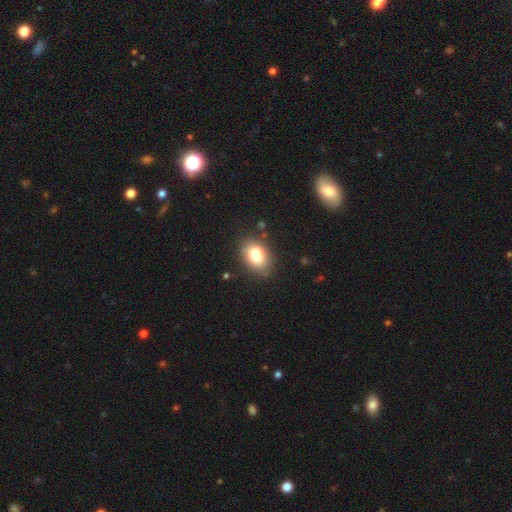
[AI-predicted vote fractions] Q: Smooth or featured?
A: smooth (78%); runner-up: featured or disk (12%)
Q: How rounded?
A: in between (80%); runner-up: round (19%)
Q: Merging?
A: none (78%); runner-up: minor disturbance (15%)